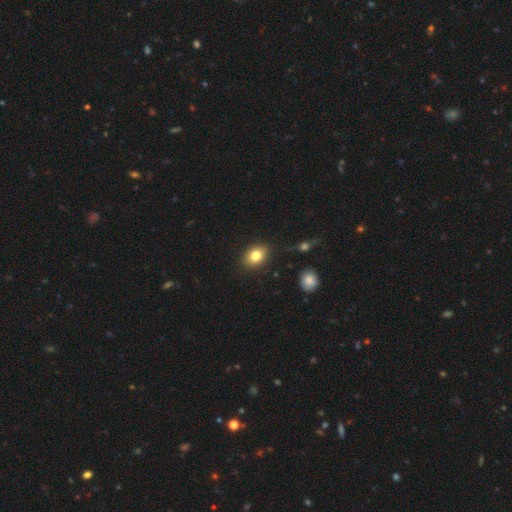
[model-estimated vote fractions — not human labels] A smooth galaxy with no disk features (81%) that is in between round and cigar-shaped (72%).

Vote fractions:
- Smooth or featured? smooth: 81% / featured or disk: 10% / star or artifact: 9%
- How rounded? in between: 72% / round: 27% / cigar-shaped: 1%
- Merging? none: 86% / minor disturbance: 10% / major disturbance: 3% / merger: 2%